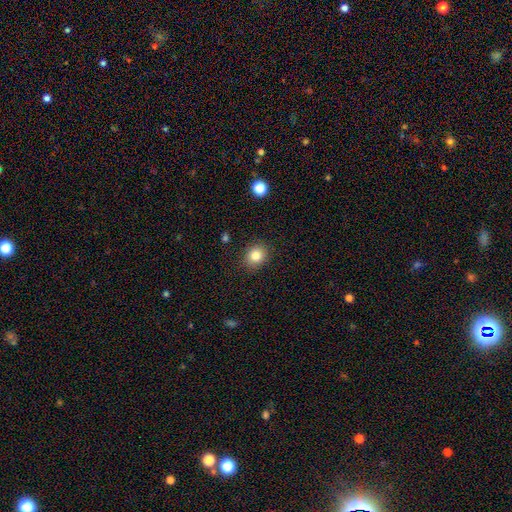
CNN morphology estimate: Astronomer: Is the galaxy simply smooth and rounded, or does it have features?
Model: smooth — 83%.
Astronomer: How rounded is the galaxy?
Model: round — 71%.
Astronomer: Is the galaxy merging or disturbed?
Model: none — 88%.